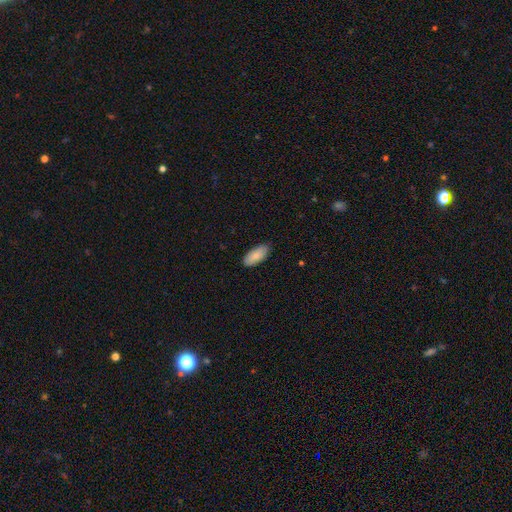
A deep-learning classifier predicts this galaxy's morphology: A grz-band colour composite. It shows a smooth galaxy with no disk features (83%) that is in between round and cigar-shaped (90%). Merging: none (86%).